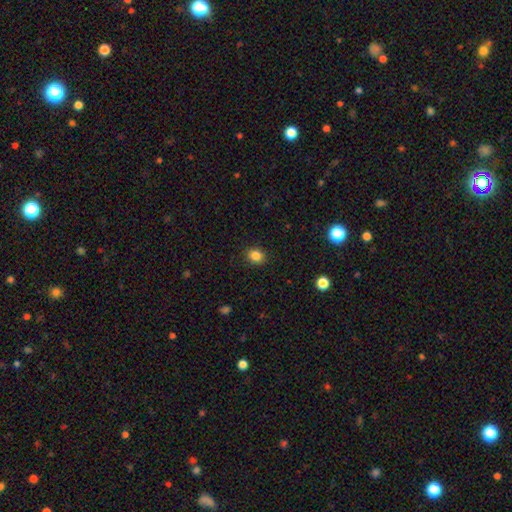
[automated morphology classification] Smooth or featured? smooth (84%)
How rounded? round (73%)
Merging? none (91%)